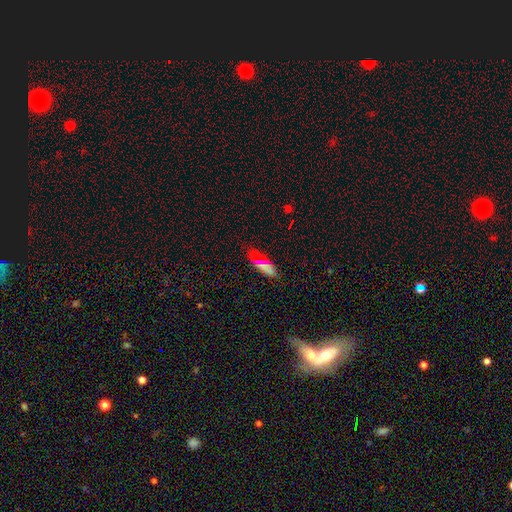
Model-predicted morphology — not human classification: smooth 69%, star or artifact 18%, featured or disk 12%. Down the decision tree: how rounded — in between (62%); merging — none (66%).